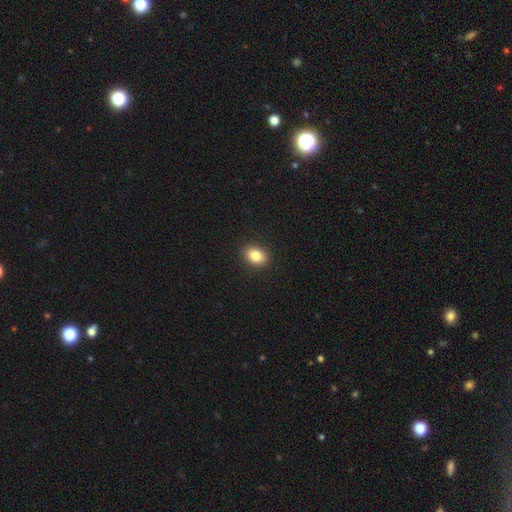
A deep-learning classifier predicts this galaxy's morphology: Smooth or featured? Predicted: smooth (p=0.84). How rounded? Predicted: in between (p=0.67). Merging? Predicted: none (p=0.91).